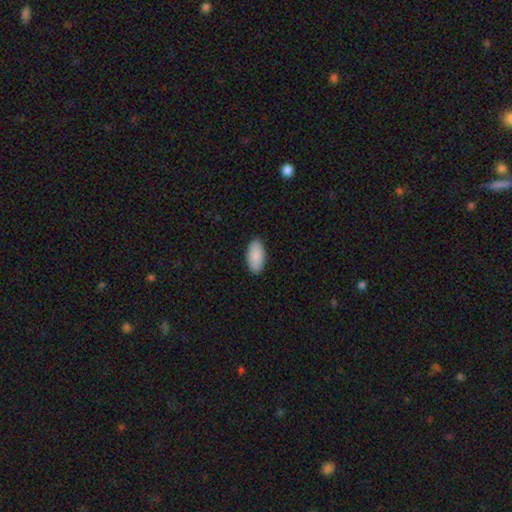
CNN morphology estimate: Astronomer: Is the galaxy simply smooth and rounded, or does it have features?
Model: smooth — 90%.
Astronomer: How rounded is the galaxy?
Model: in between — 95%.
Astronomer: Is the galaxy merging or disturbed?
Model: none — 89%.